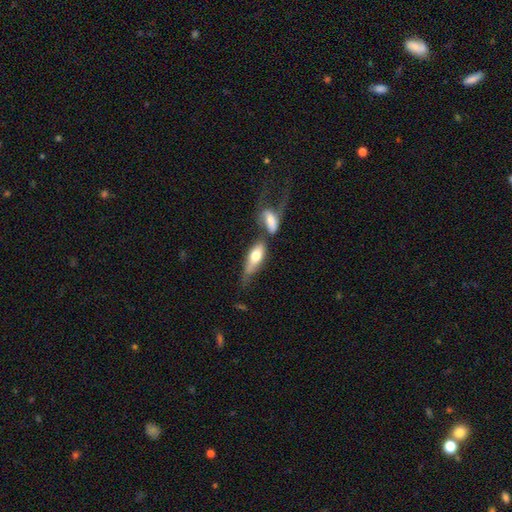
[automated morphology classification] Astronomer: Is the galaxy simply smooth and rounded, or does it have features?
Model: smooth — 61%.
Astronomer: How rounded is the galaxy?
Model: in between — 69%.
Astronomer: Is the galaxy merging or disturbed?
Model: merger — 41% (runner-up: none, 28%).